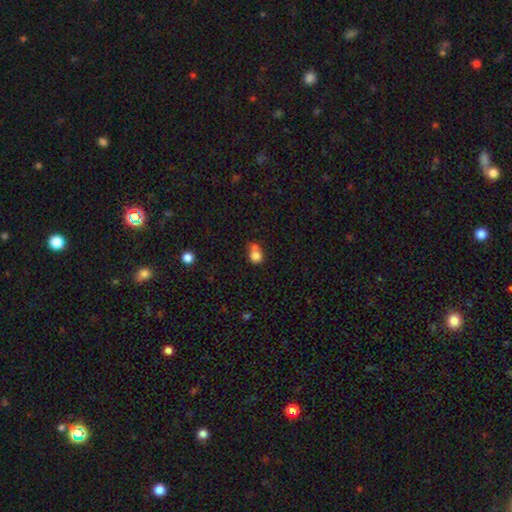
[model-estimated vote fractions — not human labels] Smooth or featured? smooth (78%)
How rounded? round (65%)
Merging? merger (39%)